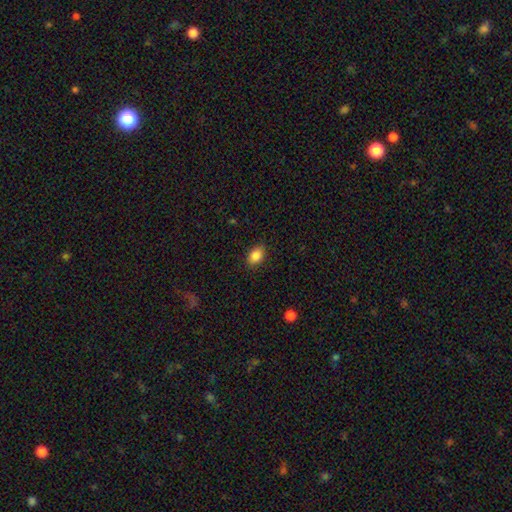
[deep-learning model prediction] Morphology: type=smooth (86%); roundness=in between (79%); merging=none (86%).